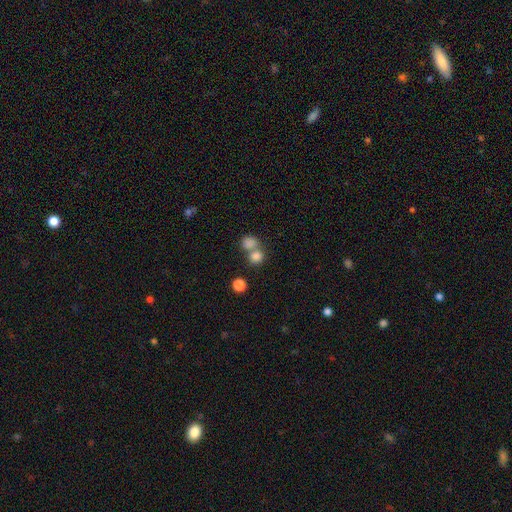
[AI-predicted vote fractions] Morphology: type=smooth (81%); roundness=round (77%); merging=merger (47%).